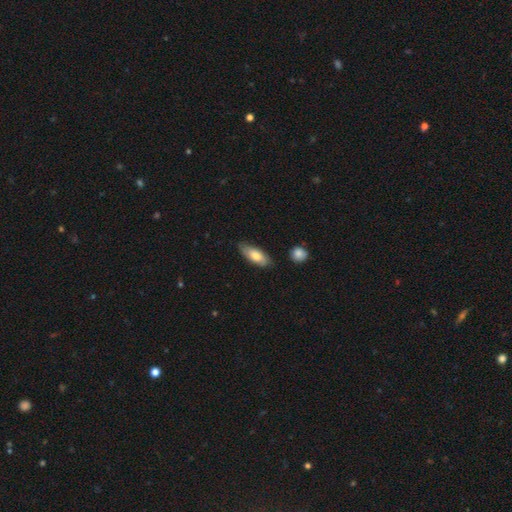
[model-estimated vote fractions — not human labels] A smooth galaxy with no disk features (69%) that is in between round and cigar-shaped (78%).

Vote fractions:
- Smooth or featured? smooth: 69% / featured or disk: 25% / star or artifact: 6%
- How rounded? in between: 78% / cigar-shaped: 20% / round: 2%
- Merging? none: 76% / minor disturbance: 19% / major disturbance: 3% / merger: 2%